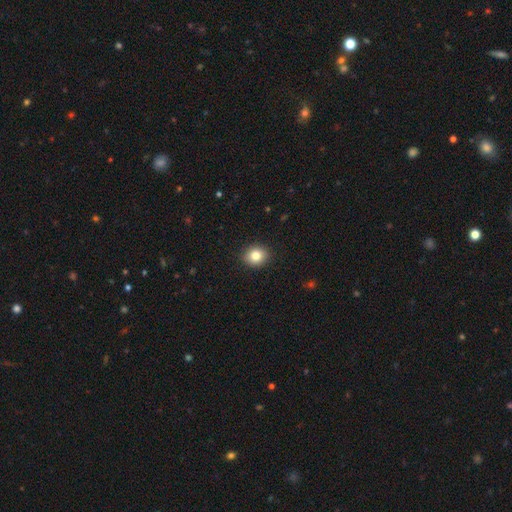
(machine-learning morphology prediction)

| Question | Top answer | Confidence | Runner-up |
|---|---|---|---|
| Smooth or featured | smooth | 82% | star or artifact (10%) |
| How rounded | round | 75% | in between (24%) |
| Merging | none | 91% | minor disturbance (6%) |